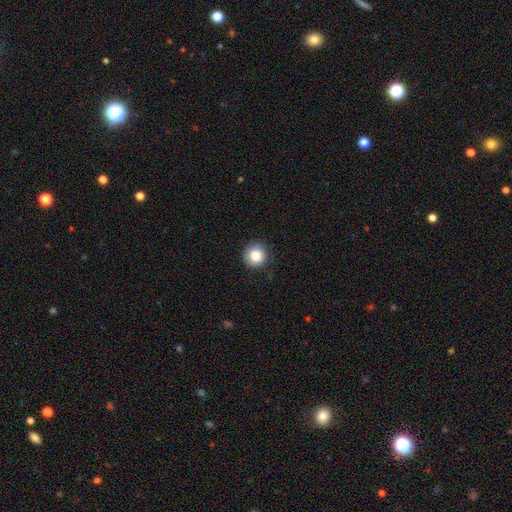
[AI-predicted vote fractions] smooth_or_featured: smooth (p=0.85) [alt: star or artifact p=0.09]
how_rounded: round (p=0.92) [alt: in between p=0.07]
merging: none (p=0.85) [alt: minor disturbance p=0.11]